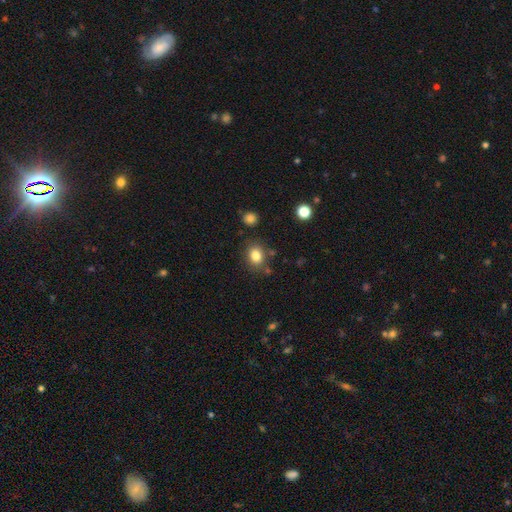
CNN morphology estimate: Q: Smooth or featured?
A: smooth (82%); runner-up: star or artifact (11%)
Q: How rounded?
A: round (55%); runner-up: in between (44%)
Q: Merging?
A: none (77%); runner-up: minor disturbance (13%)